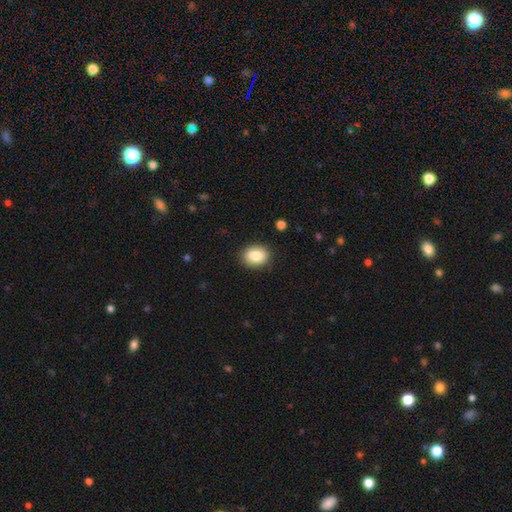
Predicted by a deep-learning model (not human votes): This is clearly a smooth galaxy (86%). How rounded: possibly in between (60%). Merging: clearly none (88%).